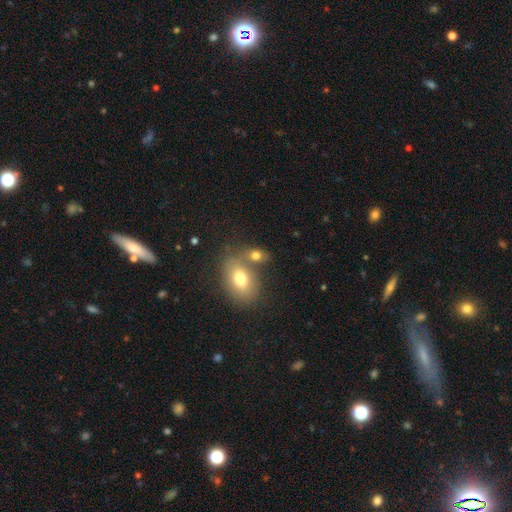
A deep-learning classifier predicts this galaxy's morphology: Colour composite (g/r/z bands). It shows a smooth galaxy with no disk features (74%) that is in between round and cigar-shaped (73%). Merging: none (46%).